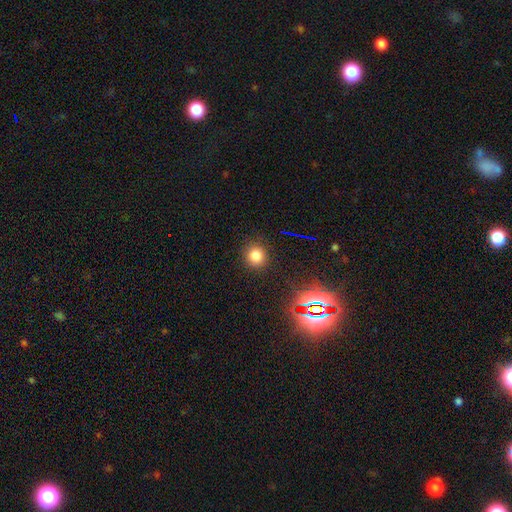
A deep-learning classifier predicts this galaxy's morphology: The model was most divided on "smooth or featured": smooth: 76%, star or artifact: 18%, featured or disk: 6%. More confident: merging — none (89%); how rounded — round (89%).